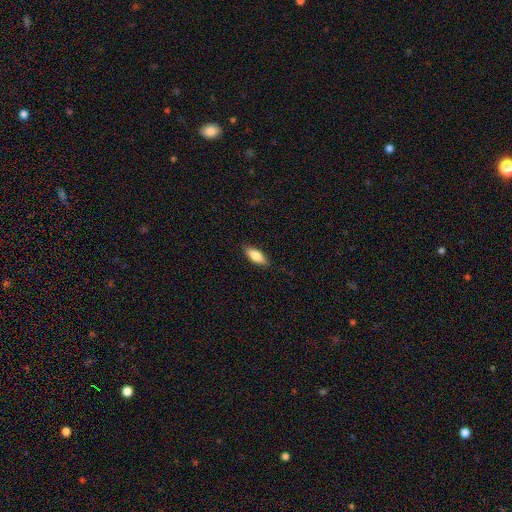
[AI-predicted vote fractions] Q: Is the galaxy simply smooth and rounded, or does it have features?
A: smooth — 81%.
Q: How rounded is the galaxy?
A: in between — 73%.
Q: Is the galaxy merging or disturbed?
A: none — 86%.